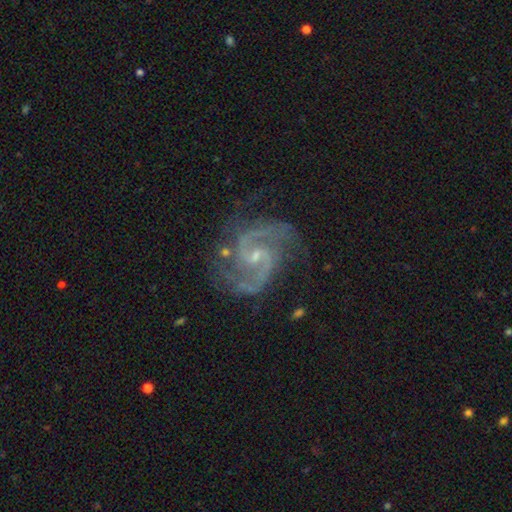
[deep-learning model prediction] Smooth or featured? featured or disk (93%)
Edge-on disk? no (98%)
Bar? weak (48%)
Spiral arms? yes (99%)
Spiral winding? medium (64%)
Spiral arm count? 2 (87%)
Bulge size? small (71%)
Merging? none (73%)